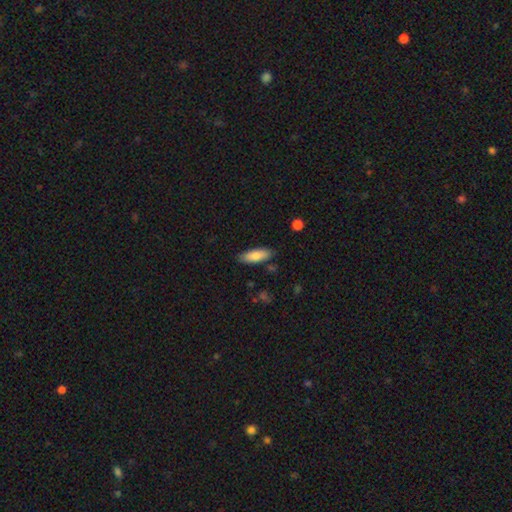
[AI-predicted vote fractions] Smooth or featured? smooth (81%)
How rounded? in between (65%)
Merging? none (85%)